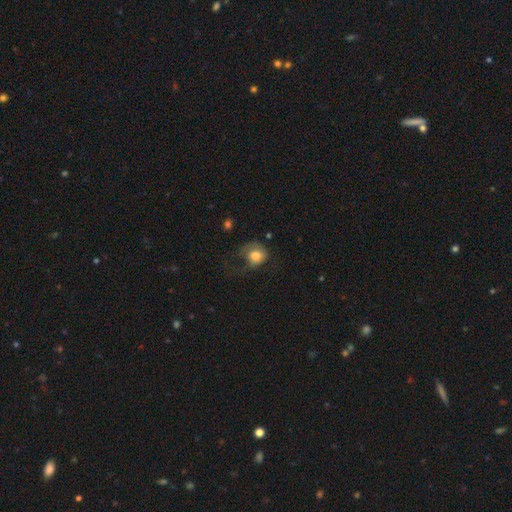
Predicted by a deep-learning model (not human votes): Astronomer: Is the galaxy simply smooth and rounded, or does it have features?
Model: smooth — 74%.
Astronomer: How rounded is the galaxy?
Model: round — 63%.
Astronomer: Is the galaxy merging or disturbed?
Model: major disturbance — 47% (runner-up: none, 26%).